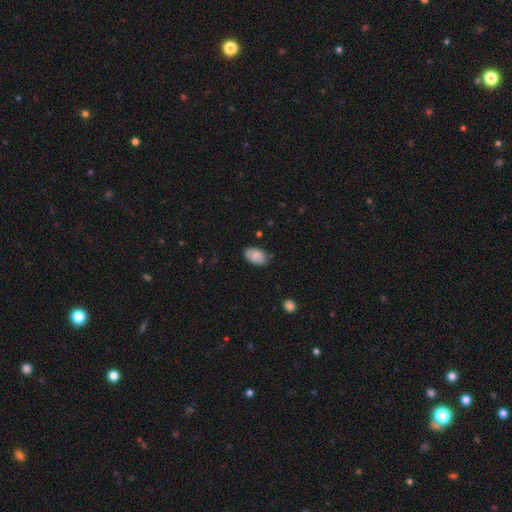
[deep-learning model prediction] Smooth or featured? smooth (85%)
How rounded? in between (91%)
Merging? none (75%)